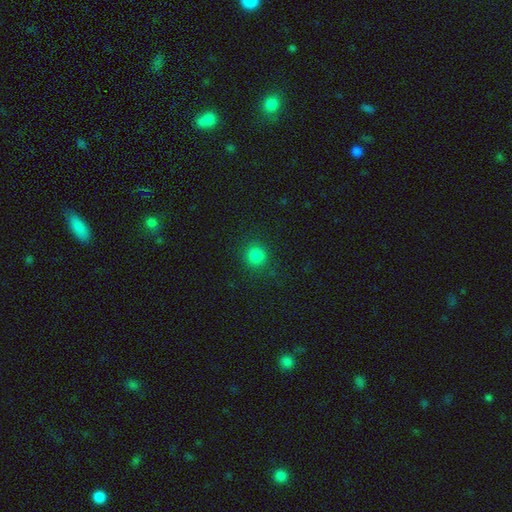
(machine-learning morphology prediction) smooth-or-featured: smooth: 83% | star or artifact: 13% | featured or disk: 4%
  how-rounded: round: 89% | in between: 10% | cigar-shaped: 1%
  merging: none: 86% | minor disturbance: 9% | major disturbance: 4% | merger: 1%